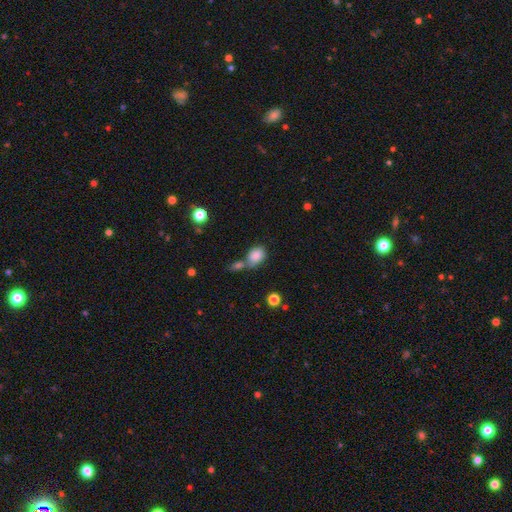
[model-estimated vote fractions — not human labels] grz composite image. It shows a smooth galaxy with no disk features (84%) that is in between round and cigar-shaped (65%). Merging: merger (42%).